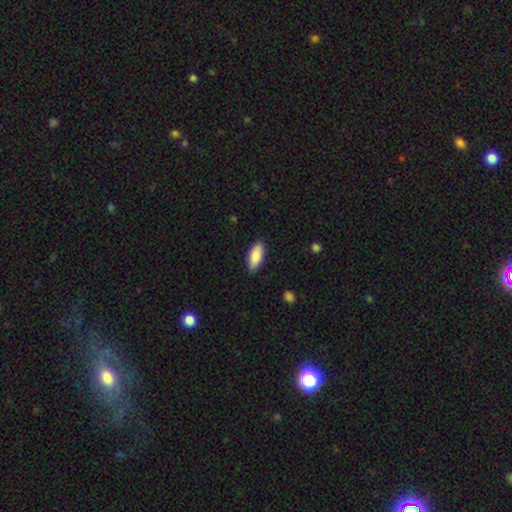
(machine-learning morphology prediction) Smooth or featured?
  - smooth: 86% *
  - featured or disk: 8%
  - star or artifact: 6%
How rounded?
  - in between: 80% *
  - cigar-shaped: 18%
  - round: 2%
Merging?
  - none: 86% *
  - minor disturbance: 10%
  - major disturbance: 2%
  - merger: 1%